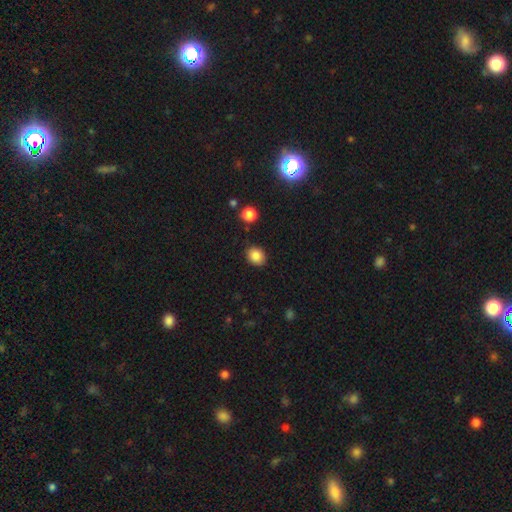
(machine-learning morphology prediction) Smooth or featured? smooth (86%)
How rounded? round (52%)
Merging? none (86%)